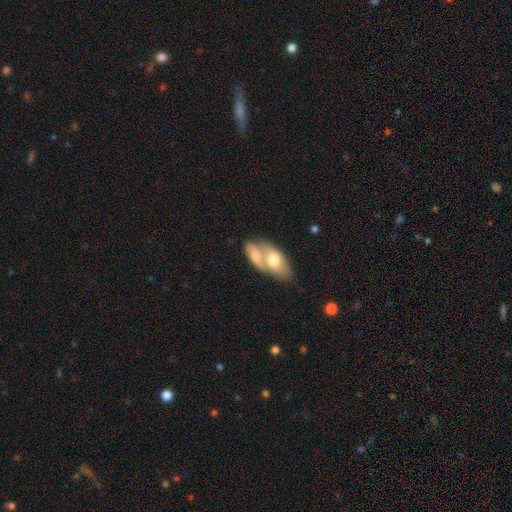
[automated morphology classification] This is likely a smooth galaxy (61%). How rounded: clearly in between (86%). Merging: likely merger (71%).